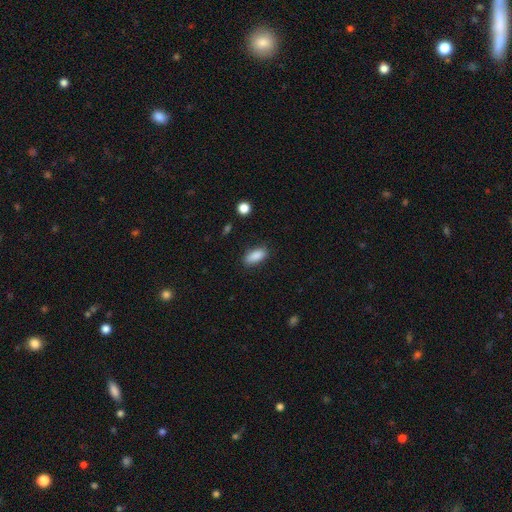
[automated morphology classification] smooth-or-featured: smooth: 88% | star or artifact: 7% | featured or disk: 5%
  how-rounded: in between: 83% | cigar-shaped: 14% | round: 3%
  merging: none: 84% | minor disturbance: 12% | major disturbance: 3% | merger: 1%